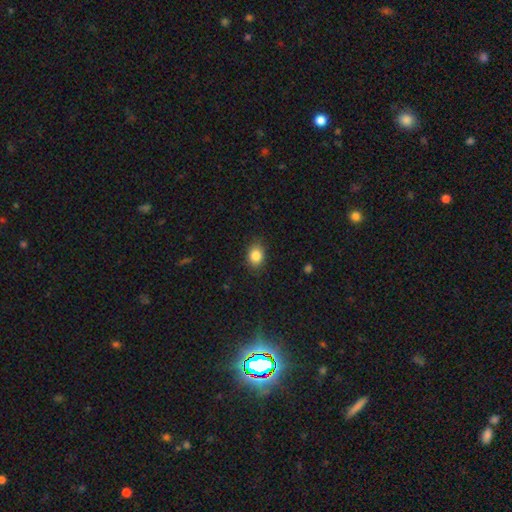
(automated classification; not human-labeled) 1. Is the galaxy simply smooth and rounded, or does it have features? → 85% smooth, 10% star or artifact, 6% featured or disk.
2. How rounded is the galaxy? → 58% in between, 41% round, 1% cigar-shaped.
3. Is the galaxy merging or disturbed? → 86% none, 11% minor disturbance, 3% major disturbance, 1% merger.